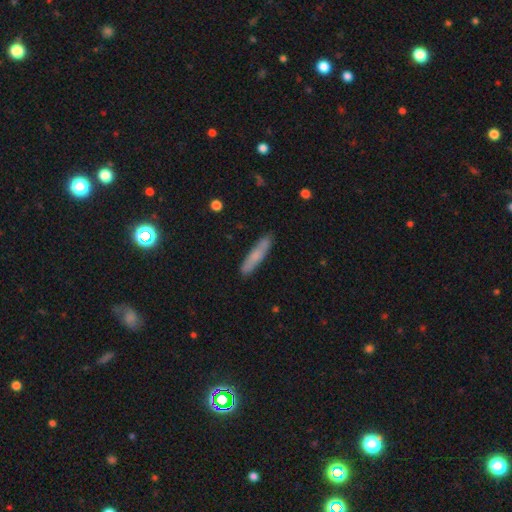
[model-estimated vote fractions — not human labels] This appears to be a smooth galaxy with no disk features (69%) that is cigar-shaped (88%). Merging: none (87%).